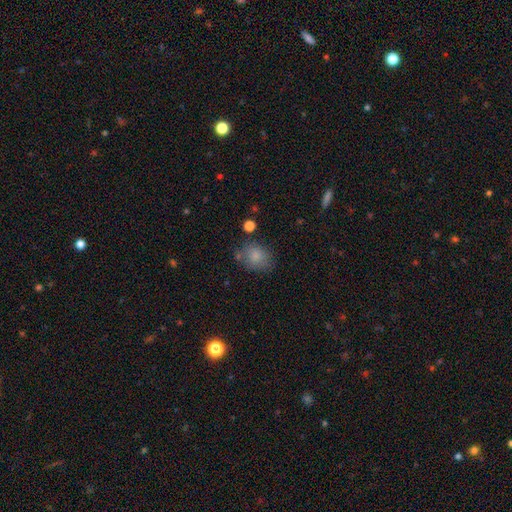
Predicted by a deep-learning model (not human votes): Smooth or featured?
  - smooth: 82% *
  - star or artifact: 9%
  - featured or disk: 9%
How rounded?
  - in between: 53% *
  - round: 46%
  - cigar-shaped: 1%
Merging?
  - none: 68% *
  - minor disturbance: 19%
  - major disturbance: 7%
  - merger: 6%